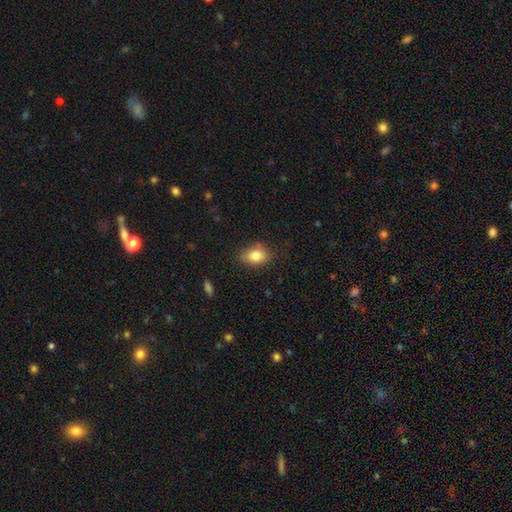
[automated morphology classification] The model was most divided on "how rounded": in between: 77%, round: 21%, cigar-shaped: 2%. More confident: smooth or featured — smooth (82%); merging — none (75%).